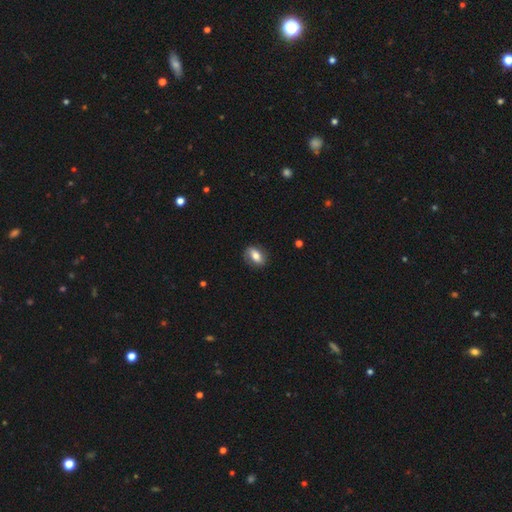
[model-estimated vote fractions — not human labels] Smooth or featured: smooth — 63% (featured or disk — 29%)
How rounded: in between — 81% (round — 15%)
Merging: none — 77% (minor disturbance — 17%)